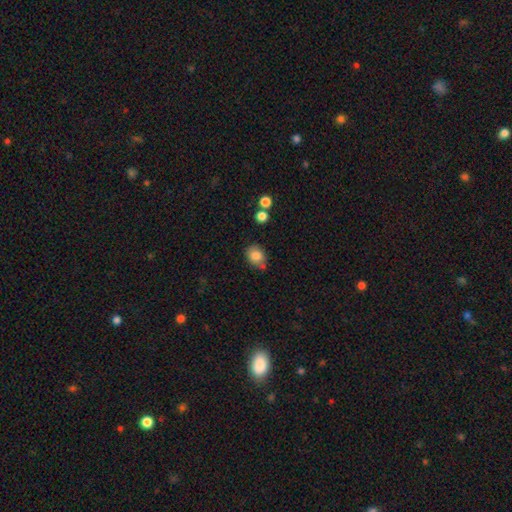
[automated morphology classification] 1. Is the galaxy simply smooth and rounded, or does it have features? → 82% smooth, 9% star or artifact, 8% featured or disk.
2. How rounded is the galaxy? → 59% in between, 40% round, 1% cigar-shaped.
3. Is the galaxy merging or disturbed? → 68% none, 19% minor disturbance, 8% merger, 4% major disturbance.